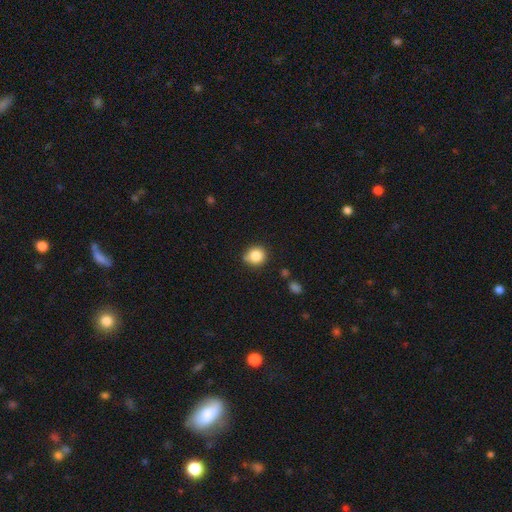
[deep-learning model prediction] Smooth or featured: smooth — 84% (star or artifact — 10%)
How rounded: round — 85% (in between — 14%)
Merging: none — 76% (minor disturbance — 17%)